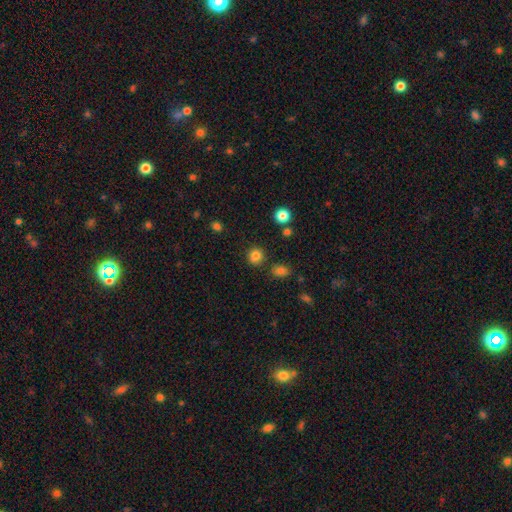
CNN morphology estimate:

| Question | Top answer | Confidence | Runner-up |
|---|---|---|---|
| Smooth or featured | smooth | 82% | star or artifact (13%) |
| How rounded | round | 87% | in between (12%) |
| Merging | none | 84% | minor disturbance (9%) |